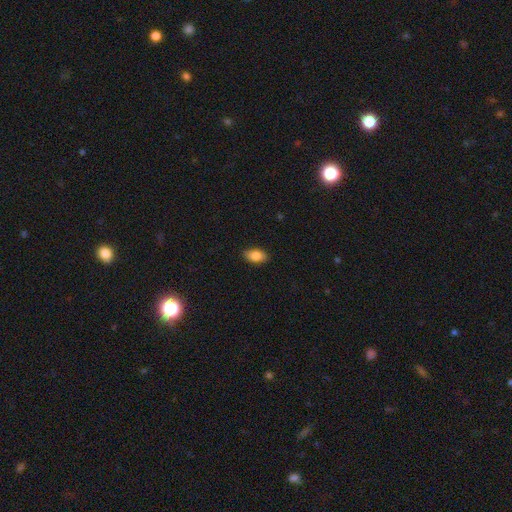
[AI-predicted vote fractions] A smooth galaxy with no disk features (83%) that is in between round and cigar-shaped (90%). Merging: none (87%).